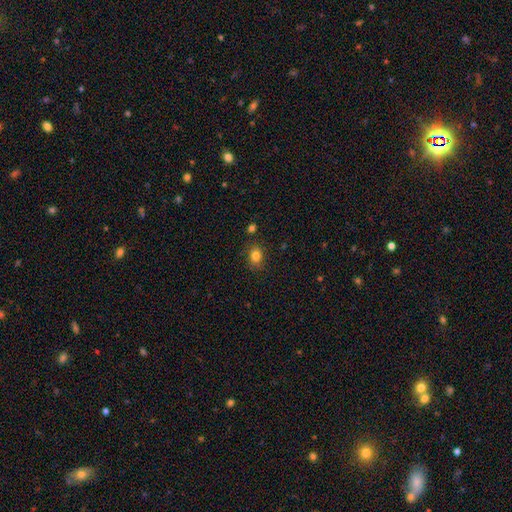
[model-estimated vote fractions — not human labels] Smooth or featured? Predicted: smooth (p=0.82). How rounded? Predicted: in between (p=0.59). Merging? Predicted: none (p=0.83).